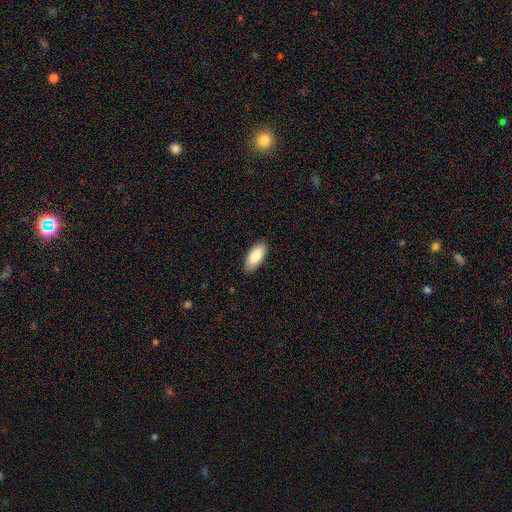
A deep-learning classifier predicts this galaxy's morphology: Smooth or featured? Predicted: smooth (p=0.84). How rounded? Predicted: in between (p=0.89). Merging? Predicted: none (p=0.85).